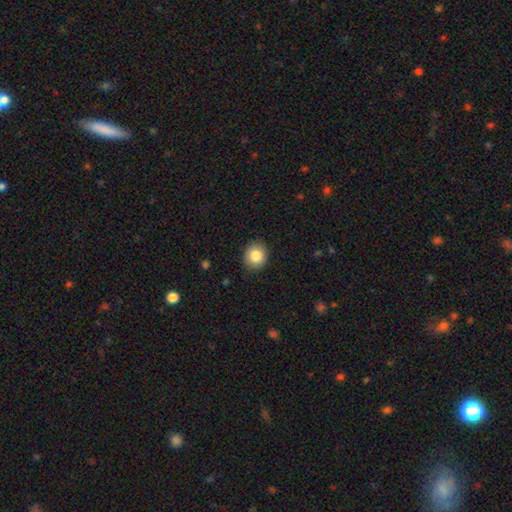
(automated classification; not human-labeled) A smooth galaxy with no disk features (84%) that is round (80%). Merging: none (89%).